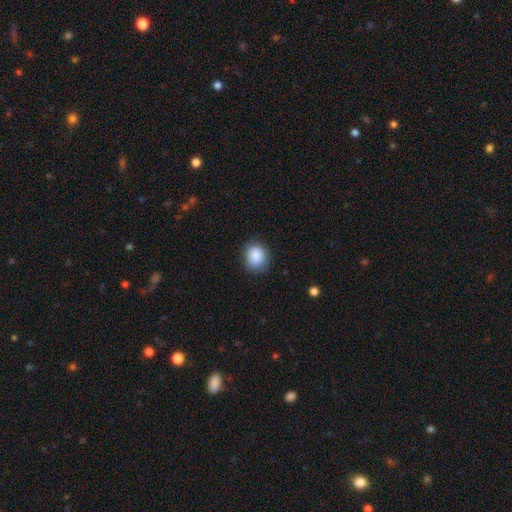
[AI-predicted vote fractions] Smooth or featured: smooth — 88% (star or artifact — 8%)
How rounded: round — 74% (in between — 25%)
Merging: none — 83% (minor disturbance — 13%)